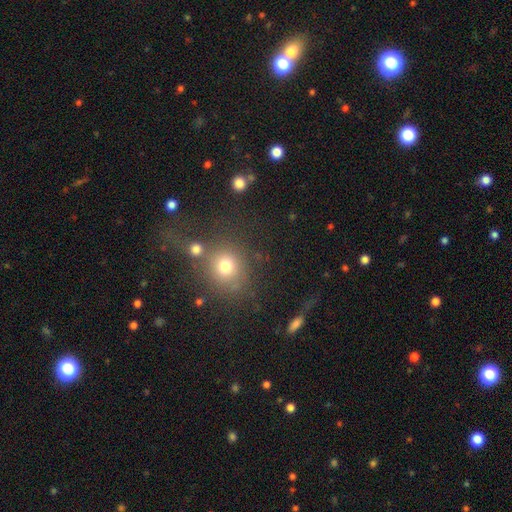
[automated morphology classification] This is possibly a smooth galaxy (55%). How rounded: clearly round (84%). Merging: likely none (75%).